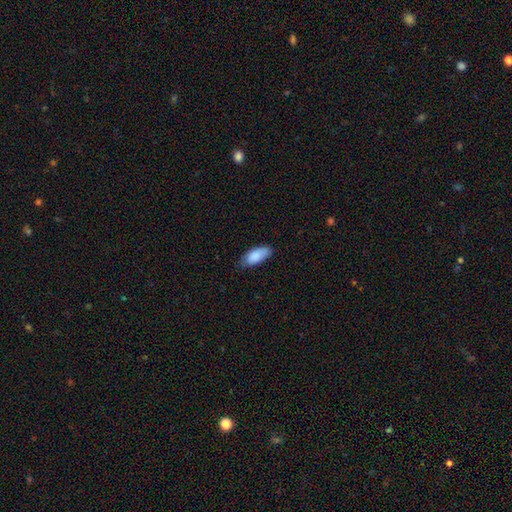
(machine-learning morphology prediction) The model was most divided on "merging": none: 70%, minor disturbance: 25%, major disturbance: 4%, merger: 1%. More confident: smooth or featured — smooth (86%); how rounded — in between (85%).